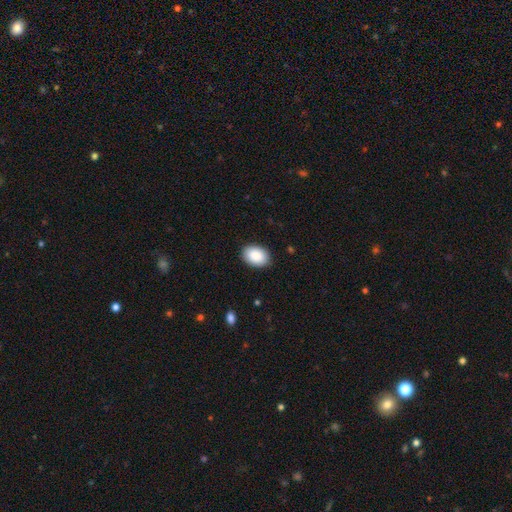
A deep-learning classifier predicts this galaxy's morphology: This is clearly a smooth galaxy (90%). How rounded: clearly in between (81%). Merging: clearly none (89%).